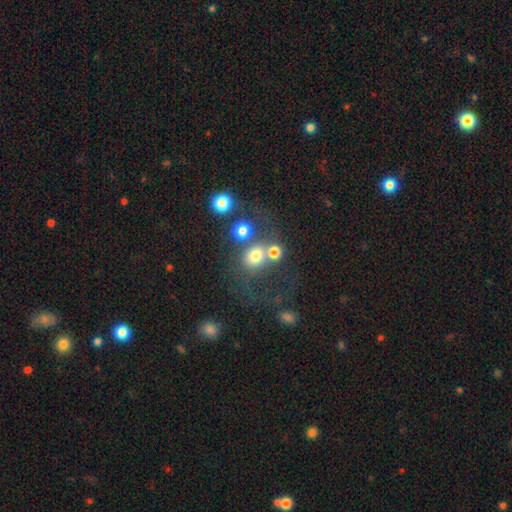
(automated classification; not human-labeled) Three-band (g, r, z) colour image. It shows a smooth galaxy with no disk features (69%) that is round (75%). Merging: none (44%).